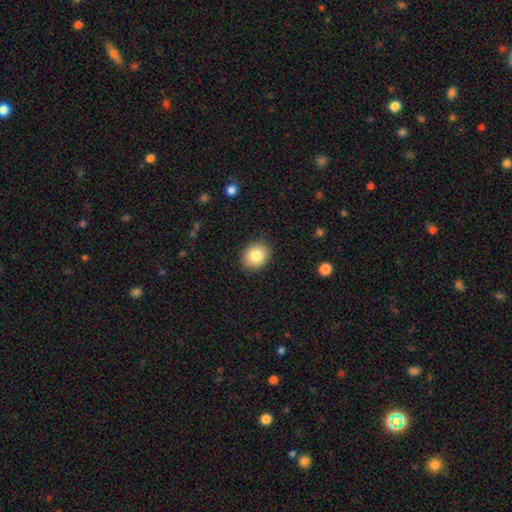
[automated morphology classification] smooth-or-featured: smooth: 82% | star or artifact: 9% | featured or disk: 9%
  how-rounded: round: 59% | in between: 40% | cigar-shaped: 1%
  merging: none: 89% | minor disturbance: 8% | major disturbance: 2% | merger: 1%